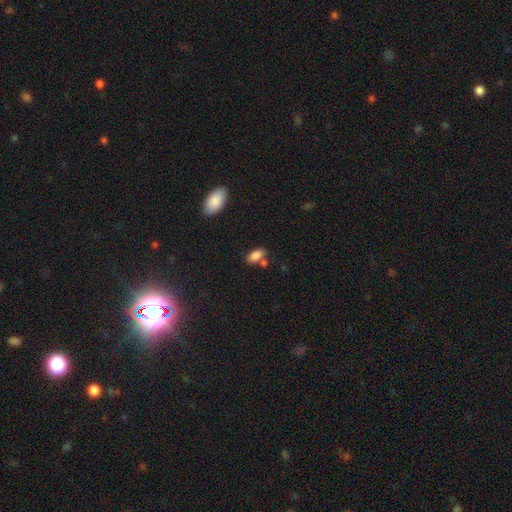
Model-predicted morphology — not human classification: smooth_or_featured: smooth (p=0.84) [alt: star or artifact p=0.08]
how_rounded: in between (p=0.89) [alt: cigar-shaped p=0.07]
merging: none (p=0.64) [alt: merger p=0.17]